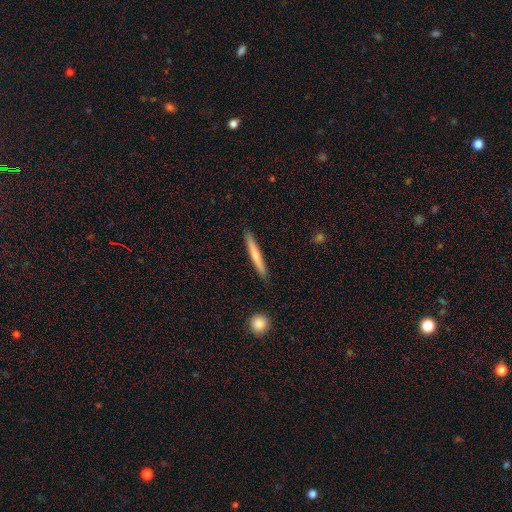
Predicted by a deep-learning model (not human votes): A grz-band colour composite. It shows a smooth galaxy with no disk features (60%) that is cigar-shaped (95%). Merging: none (90%).